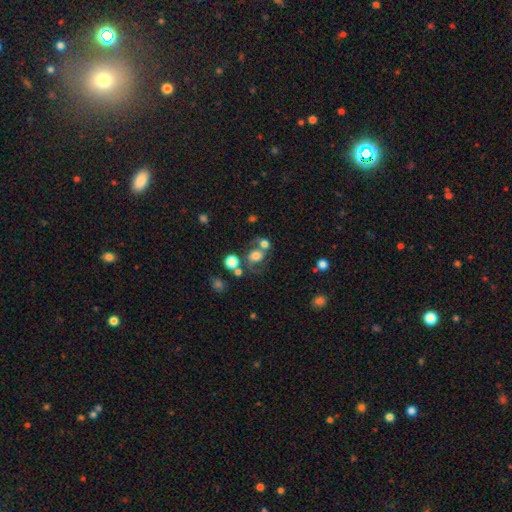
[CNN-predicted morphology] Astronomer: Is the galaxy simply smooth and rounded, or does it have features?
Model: smooth — 44%, tied with featured or disk at 44%.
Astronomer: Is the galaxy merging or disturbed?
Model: none — 41% (runner-up: merger, 31%).